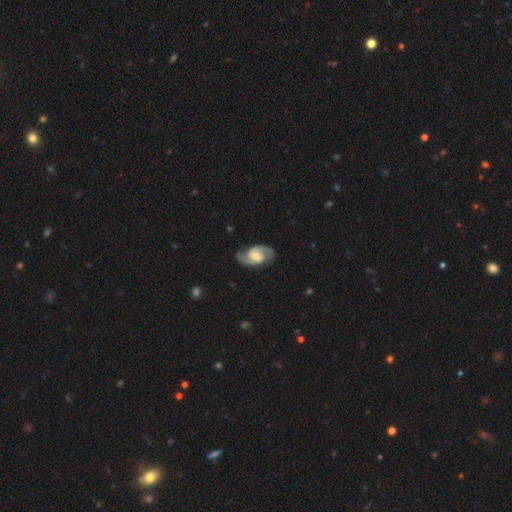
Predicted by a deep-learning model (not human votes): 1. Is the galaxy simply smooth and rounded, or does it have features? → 89% featured or disk, 7% smooth, 4% star or artifact.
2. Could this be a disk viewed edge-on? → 98% no, 2% yes.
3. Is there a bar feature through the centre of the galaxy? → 45% weak, 41% no, 14% strong.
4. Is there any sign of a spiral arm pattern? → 98% yes, 2% no.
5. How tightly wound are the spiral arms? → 57% medium, 28% tight, 15% loose.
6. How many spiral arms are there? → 93% 2, 2% can't tell, 1% 1, 1% 3, 1% 4, 1% more than 4.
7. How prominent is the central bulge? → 45% moderate, 36% small, 9% none, 8% large, 1% dominant.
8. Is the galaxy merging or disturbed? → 82% none, 13% minor disturbance, 4% major disturbance, 1% merger.